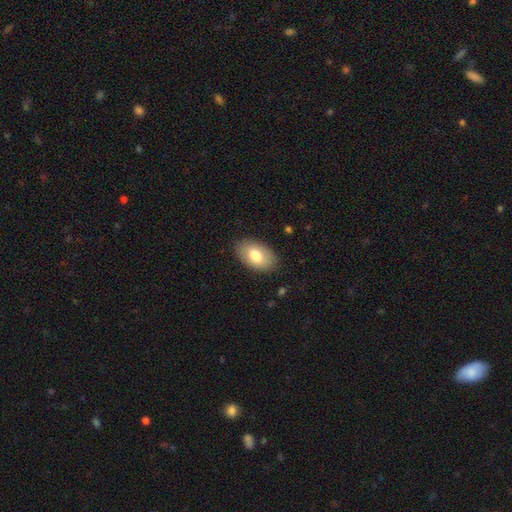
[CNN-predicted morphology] smooth 77%, featured or disk 17%, star or artifact 6%. Down the decision tree: how rounded — in between (93%); merging — none (85%).